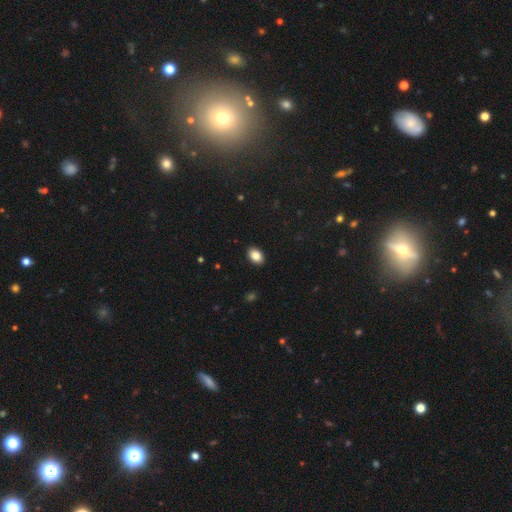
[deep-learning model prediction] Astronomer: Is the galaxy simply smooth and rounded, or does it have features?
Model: smooth — 85%.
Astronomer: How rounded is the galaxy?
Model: in between — 81%.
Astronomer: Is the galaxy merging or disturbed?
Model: none — 90%.